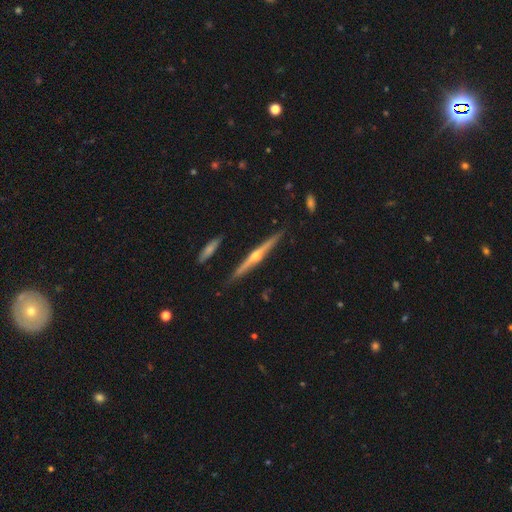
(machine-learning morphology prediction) A featured or disk galaxy (82%) viewed edge-on (98%) with a rounded central bulge (93%). Merging: none (90%).